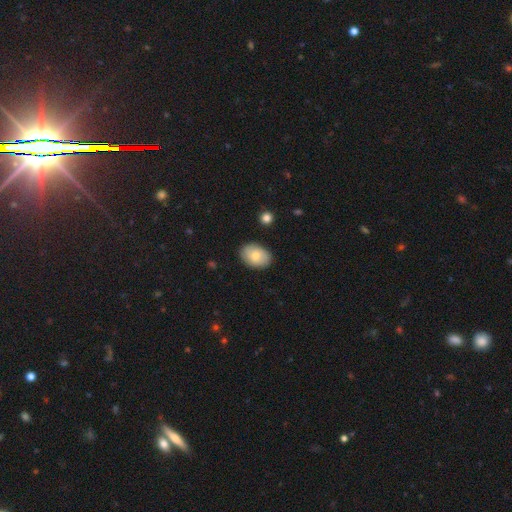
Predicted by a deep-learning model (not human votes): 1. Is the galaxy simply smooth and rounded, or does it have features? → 73% smooth, 20% featured or disk, 7% star or artifact.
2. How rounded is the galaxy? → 81% in between, 18% round, 1% cigar-shaped.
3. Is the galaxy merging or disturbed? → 84% none, 12% minor disturbance, 2% major disturbance, 1% merger.